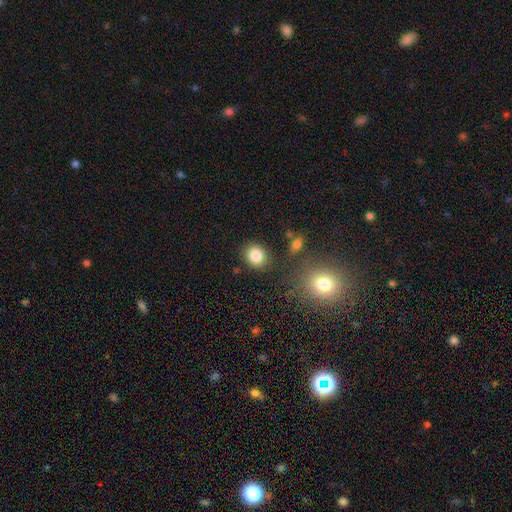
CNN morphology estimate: The model was most divided on "how rounded": round: 66%, in between: 33%, cigar-shaped: 1%. More confident: smooth or featured — smooth (85%); merging — none (84%).